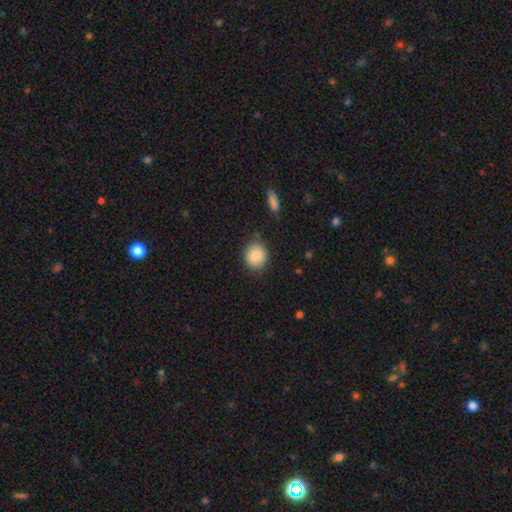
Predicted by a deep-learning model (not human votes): This appears to be a smooth galaxy with no disk features (86%) that is round (82%). Merging: none (80%).